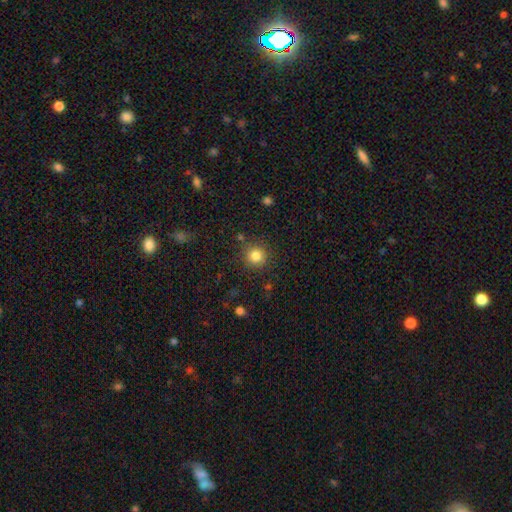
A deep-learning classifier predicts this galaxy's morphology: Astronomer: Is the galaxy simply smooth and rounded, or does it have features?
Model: smooth — 83%.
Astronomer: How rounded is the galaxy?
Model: round — 93%.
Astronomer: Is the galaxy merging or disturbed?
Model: none — 85%.